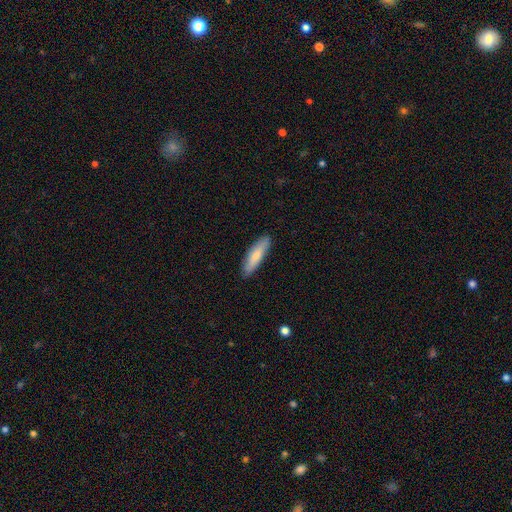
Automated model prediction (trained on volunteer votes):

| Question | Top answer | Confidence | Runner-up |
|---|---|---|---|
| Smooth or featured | smooth | 79% | featured or disk (16%) |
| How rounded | cigar-shaped | 69% | in between (30%) |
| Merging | none | 88% | minor disturbance (10%) |